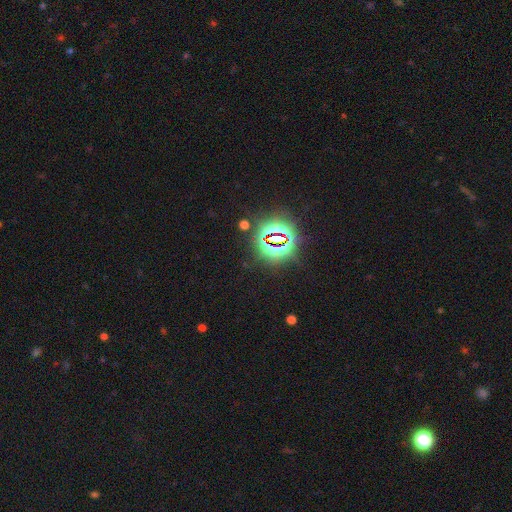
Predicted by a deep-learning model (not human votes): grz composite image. It shows a star or artifact, not a galaxy (85%).